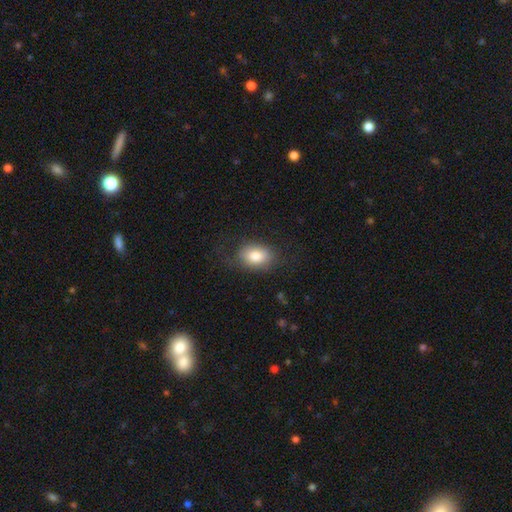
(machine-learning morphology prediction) Smooth or featured? Predicted: smooth (p=0.81). How rounded? Predicted: in between (p=0.80). Merging? Predicted: none (p=0.72).